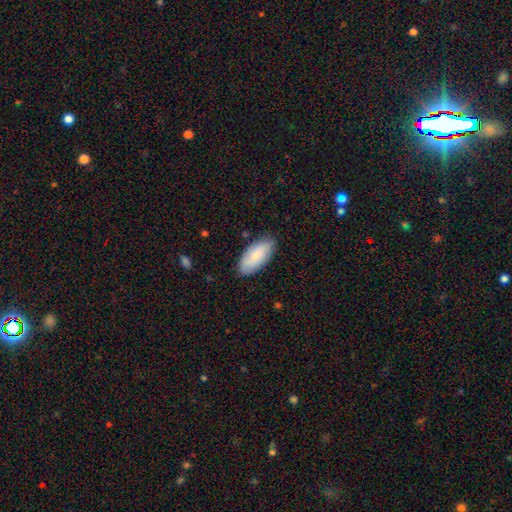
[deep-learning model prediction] Q: Smooth or featured?
A: smooth (75%); runner-up: featured or disk (20%)
Q: How rounded?
A: in between (90%); runner-up: cigar-shaped (8%)
Q: Merging?
A: none (84%); runner-up: minor disturbance (13%)